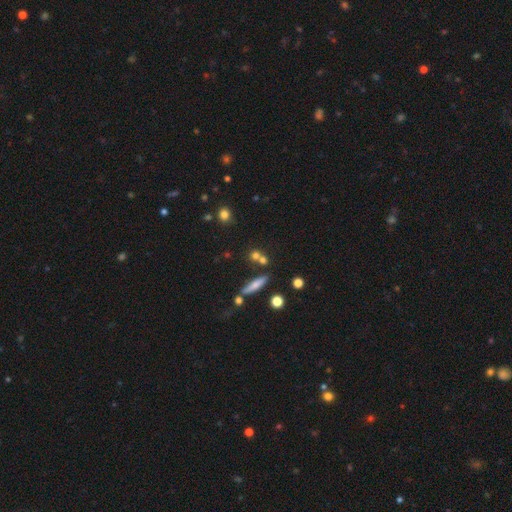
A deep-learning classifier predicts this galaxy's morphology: A smooth galaxy with no disk features (66%) that is round (62%).

Vote fractions:
- Smooth or featured? smooth: 66% / featured or disk: 17% / star or artifact: 17%
- How rounded? round: 62% / in between: 21% / cigar-shaped: 17%
- Merging? none: 57% / merger: 29% / minor disturbance: 10% / major disturbance: 4%